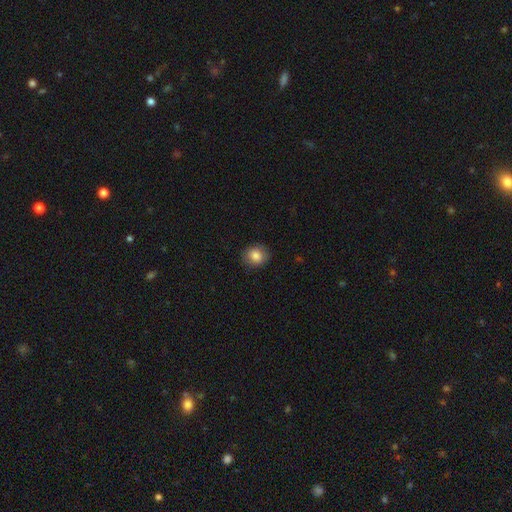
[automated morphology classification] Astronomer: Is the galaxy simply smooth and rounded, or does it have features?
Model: smooth — 83%.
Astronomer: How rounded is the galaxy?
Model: round — 69%.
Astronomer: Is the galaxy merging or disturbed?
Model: none — 84%.